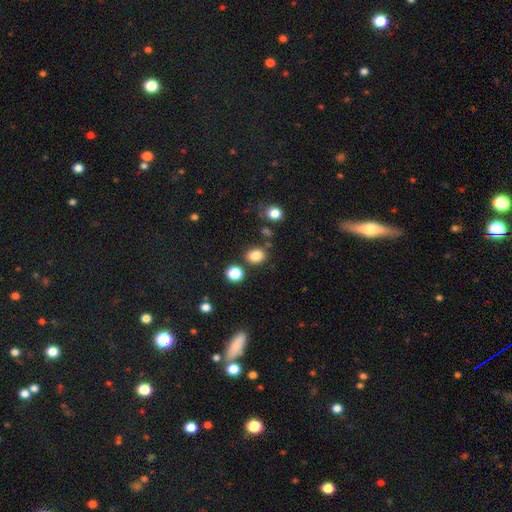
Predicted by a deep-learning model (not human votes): This appears to be a smooth galaxy with no disk features (83%) that is round (52%). Merging: none (77%).